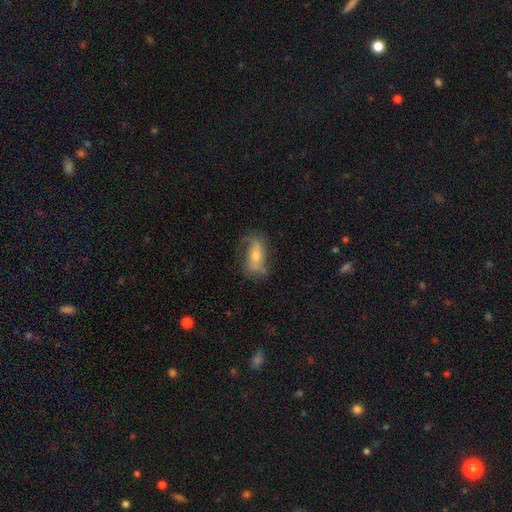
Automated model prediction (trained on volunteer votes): The model was most divided on "smooth or featured": featured or disk: 56%, smooth: 35%, star or artifact: 9%. More confident: edge-on disk — no (83%); merging — none (60%).